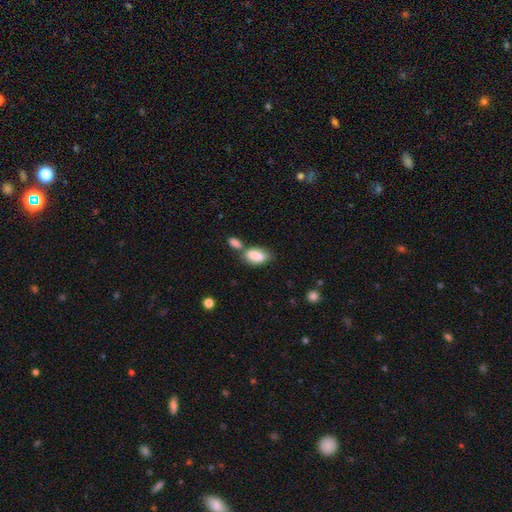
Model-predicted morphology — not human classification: Overall: smooth (85%). How rounded: in between (92%). Merging: merger (40%; none 39%).